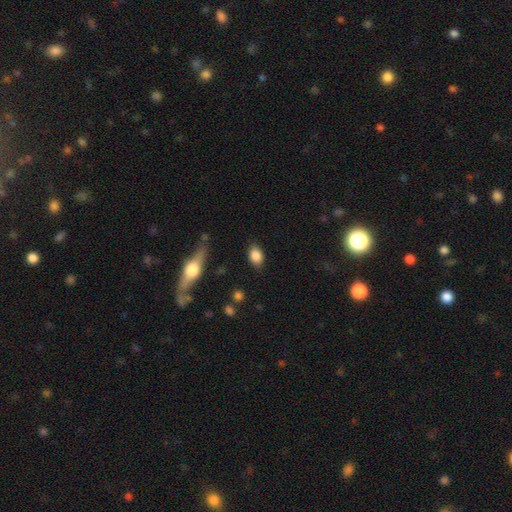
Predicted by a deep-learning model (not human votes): The model was most divided on "merging": none: 81%, minor disturbance: 13%, major disturbance: 4%, merger: 2%. More confident: smooth or featured — smooth (85%); how rounded — in between (84%).